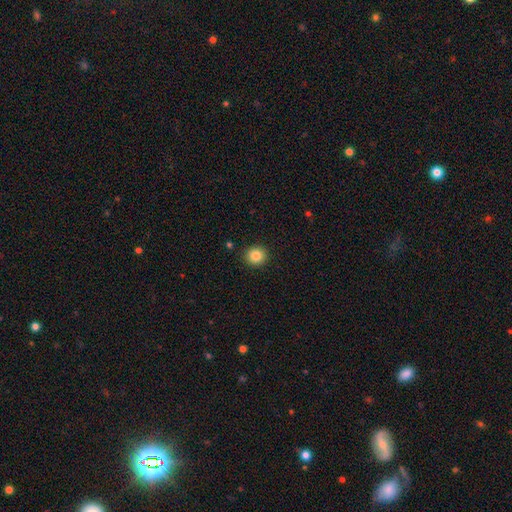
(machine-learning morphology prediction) Smooth or featured: smooth — 85% (star or artifact — 10%)
How rounded: round — 92% (in between — 7%)
Merging: none — 92% (minor disturbance — 5%)